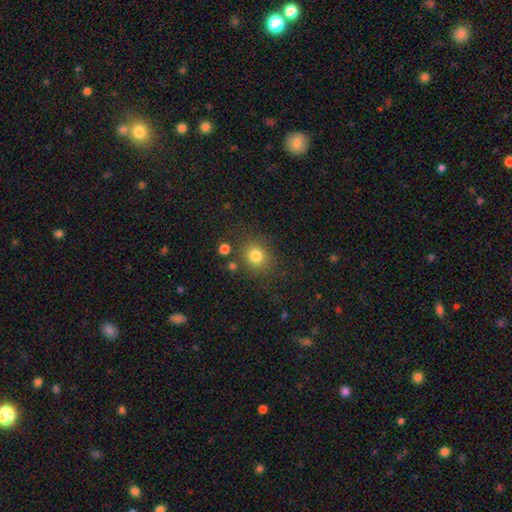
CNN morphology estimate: This appears to be a smooth galaxy with no disk features (80%) that is round (77%). Merging: none (79%).